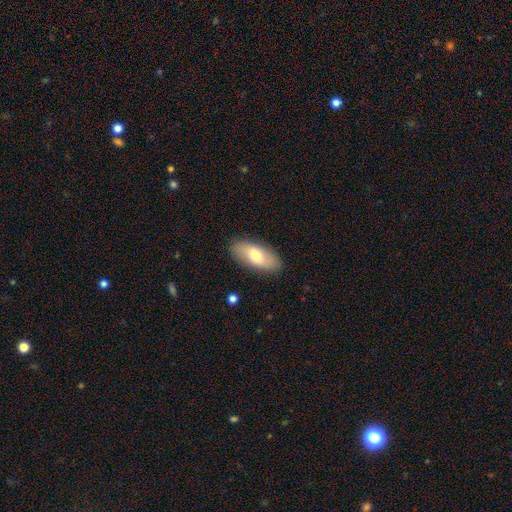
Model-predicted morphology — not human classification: Smooth or featured: smooth — 65% (featured or disk — 29%)
How rounded: in between — 86% (cigar-shaped — 11%)
Merging: none — 88% (minor disturbance — 9%)